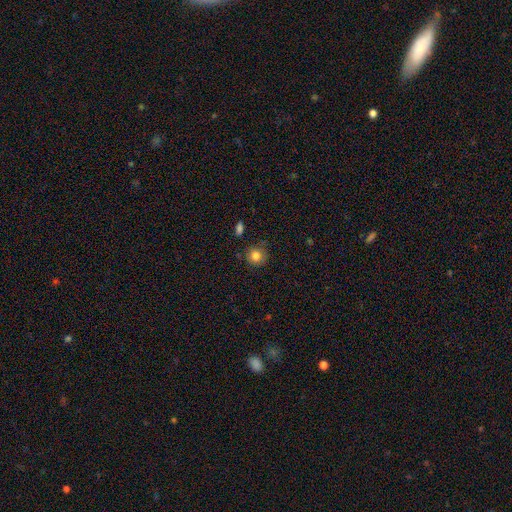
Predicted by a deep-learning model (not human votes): Smooth or featured?
  - smooth: 83% *
  - star or artifact: 11%
  - featured or disk: 6%
How rounded?
  - round: 91% *
  - in between: 8%
  - cigar-shaped: 1%
Merging?
  - none: 83% *
  - minor disturbance: 12%
  - major disturbance: 3%
  - merger: 2%